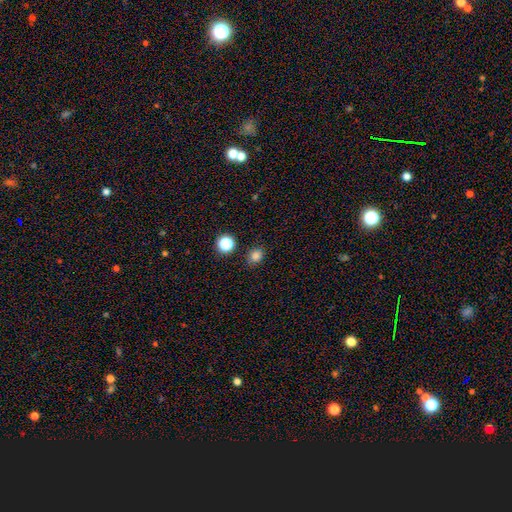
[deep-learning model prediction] The model was most divided on "how rounded": round: 61%, in between: 38%, cigar-shaped: 1%. More confident: merging — none (82%); smooth or featured — smooth (81%).